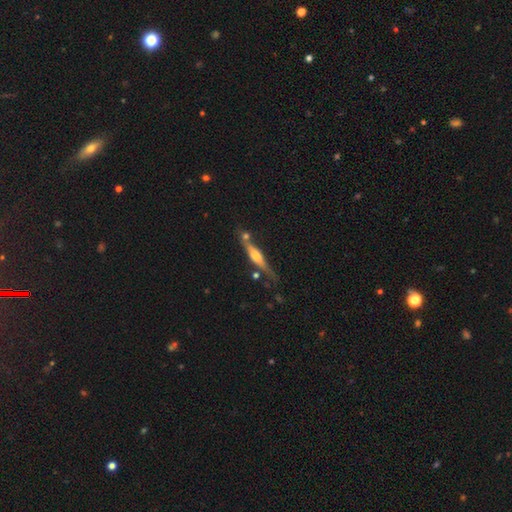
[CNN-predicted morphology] smooth_or_featured: featured or disk (p=0.66) [alt: smooth p=0.27]
disk_edge_on: yes (p=0.94) [alt: no p=0.06]
edge_on_bulge: rounded (p=0.74) [alt: boxy p=0.20]
merging: none (p=0.65) [alt: minor disturbance p=0.17]